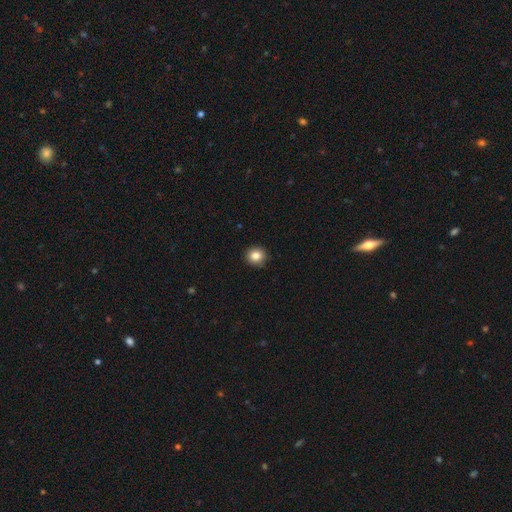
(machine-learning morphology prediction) smooth 85%, star or artifact 10%, featured or disk 5%. Down the decision tree: how rounded — round (90%); merging — none (90%).